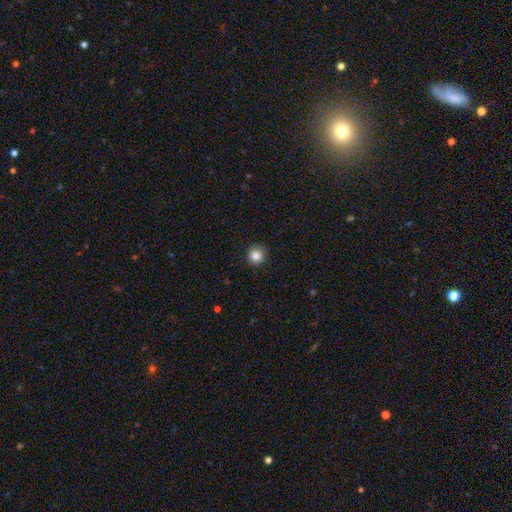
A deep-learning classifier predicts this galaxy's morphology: A smooth galaxy with no disk features (85%) that is round (93%). Merging: none (90%).